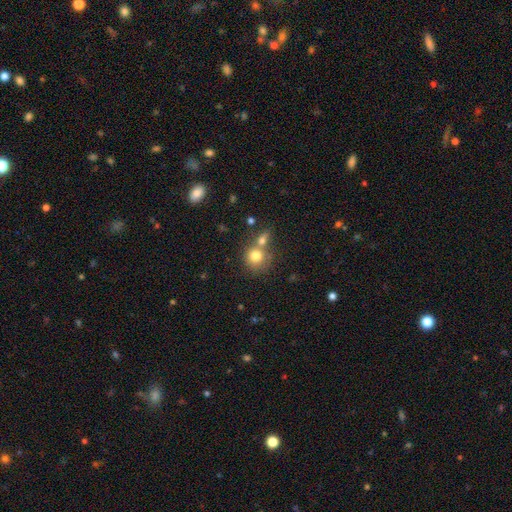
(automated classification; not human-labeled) Morphology: type=smooth (77%); roundness=round (85%); merging=none (46%).